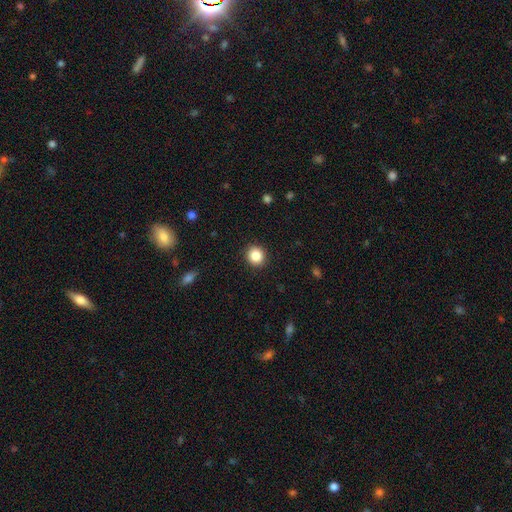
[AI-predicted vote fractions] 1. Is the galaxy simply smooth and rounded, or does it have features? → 86% smooth, 10% star or artifact, 4% featured or disk.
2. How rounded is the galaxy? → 88% round, 11% in between, 1% cigar-shaped.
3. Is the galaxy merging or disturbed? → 92% none, 6% minor disturbance, 2% major disturbance, 1% merger.